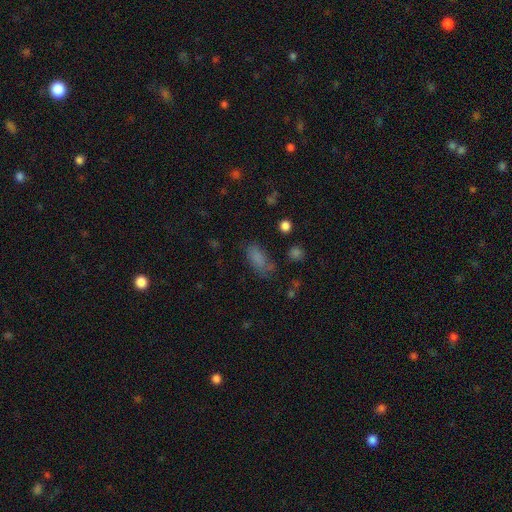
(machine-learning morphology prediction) Q: Smooth or featured?
A: smooth (74%); runner-up: star or artifact (16%)
Q: How rounded?
A: in between (83%); runner-up: cigar-shaped (12%)
Q: Merging?
A: none (61%); runner-up: minor disturbance (23%)